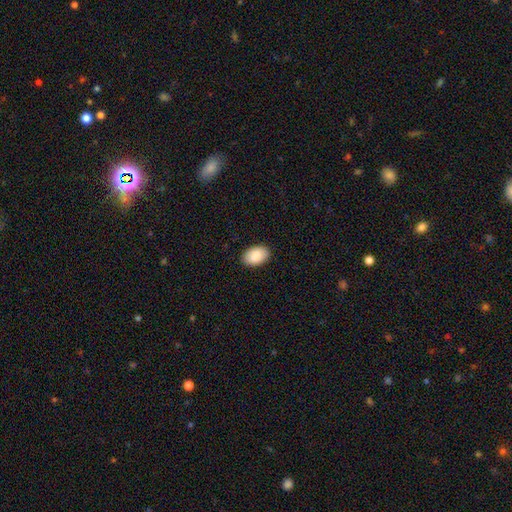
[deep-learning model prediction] A smooth galaxy with no disk features (88%) that is in between round and cigar-shaped (92%).

Vote fractions:
- Smooth or featured? smooth: 88% / star or artifact: 6% / featured or disk: 6%
- How rounded? in between: 92% / round: 7% / cigar-shaped: 1%
- Merging? none: 90% / minor disturbance: 7% / major disturbance: 2% / merger: 1%